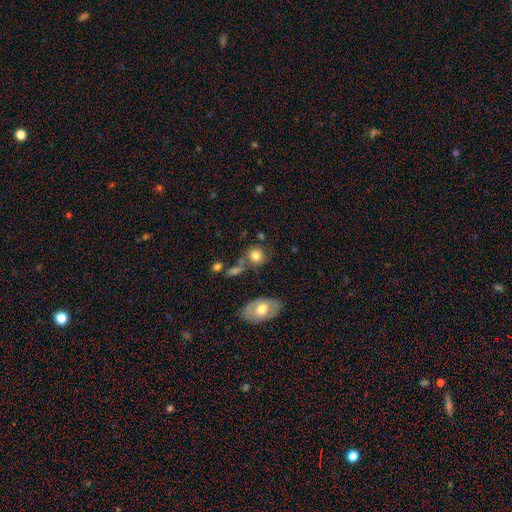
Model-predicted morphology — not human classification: Smooth or featured? Predicted: smooth (p=0.79). How rounded? Predicted: round (p=0.80). Merging? Predicted: none (p=0.64).